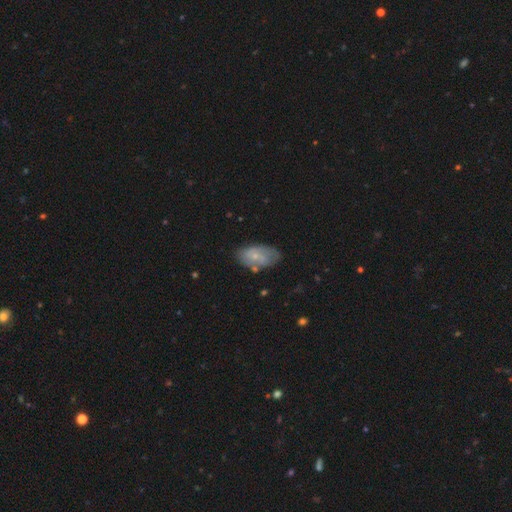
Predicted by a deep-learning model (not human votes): Morphology: type=smooth (58%); roundness=in between (93%); merging=none (60%).